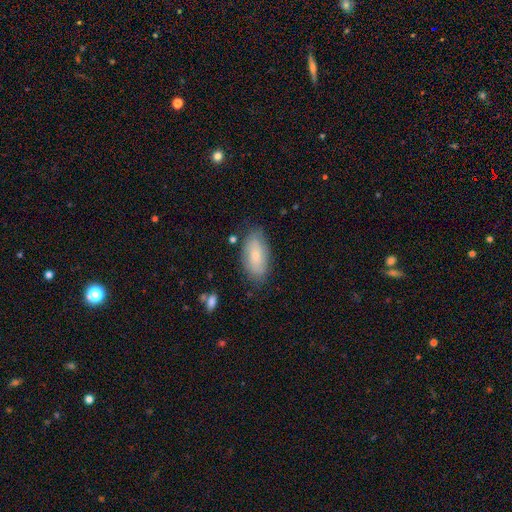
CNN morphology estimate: smooth_or_featured: smooth (p=0.68) [alt: featured or disk p=0.25]
how_rounded: in between (p=0.92) [alt: cigar-shaped p=0.05]
merging: none (p=0.76) [alt: minor disturbance p=0.18]